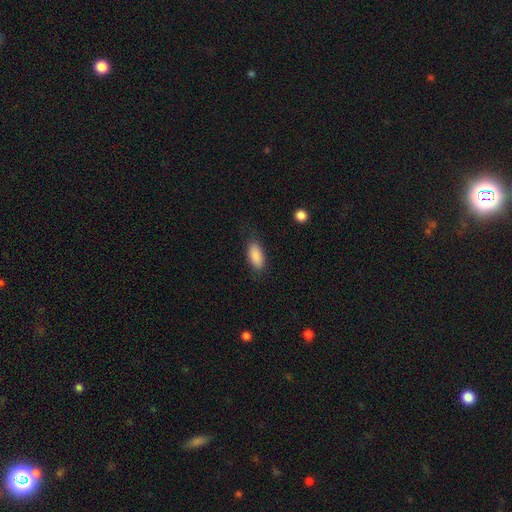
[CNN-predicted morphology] This appears to be a smooth galaxy with no disk features (89%) that is in between round and cigar-shaped (91%). Merging: none (81%).